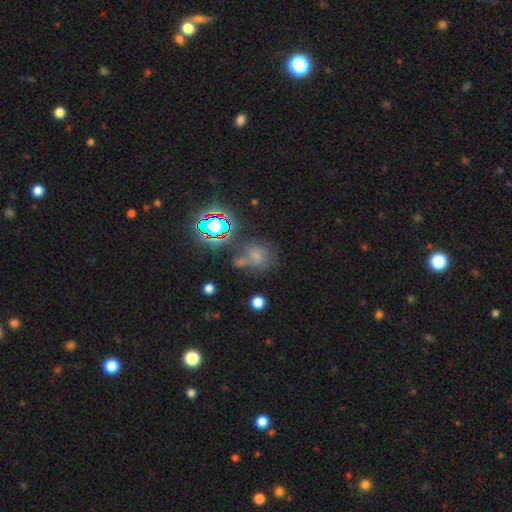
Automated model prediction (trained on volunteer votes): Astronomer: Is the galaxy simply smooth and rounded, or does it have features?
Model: smooth — 49% (runner-up: star or artifact, 32%).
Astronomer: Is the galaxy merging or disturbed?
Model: none — 46% (runner-up: merger, 22%).